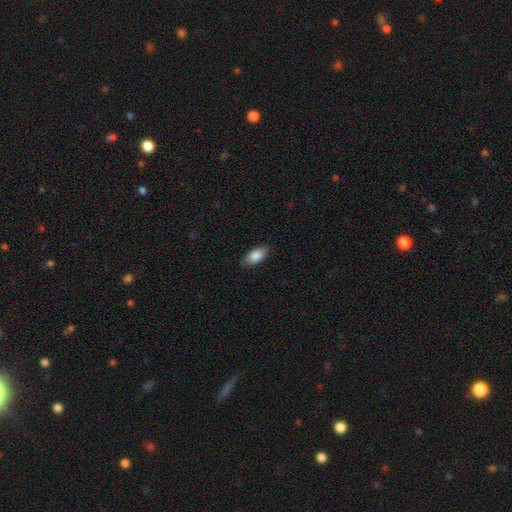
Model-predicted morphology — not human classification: This is clearly a smooth galaxy (85%). How rounded: clearly in between (90%). Merging: clearly none (87%).